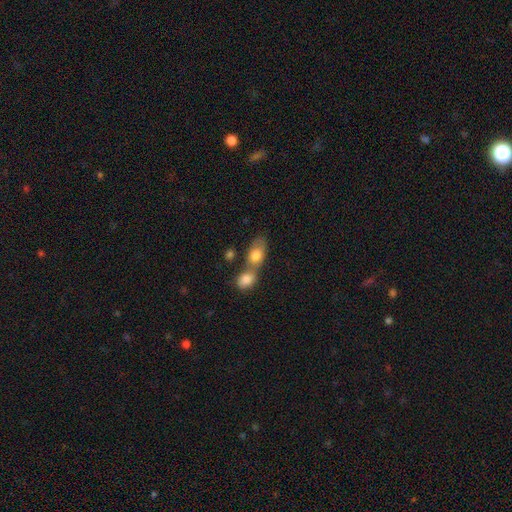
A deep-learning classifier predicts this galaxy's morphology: The model was most divided on "merging": merger: 60%, none: 28%, minor disturbance: 8%, major disturbance: 4%. More confident: how rounded — in between (80%); smooth or featured — smooth (79%).